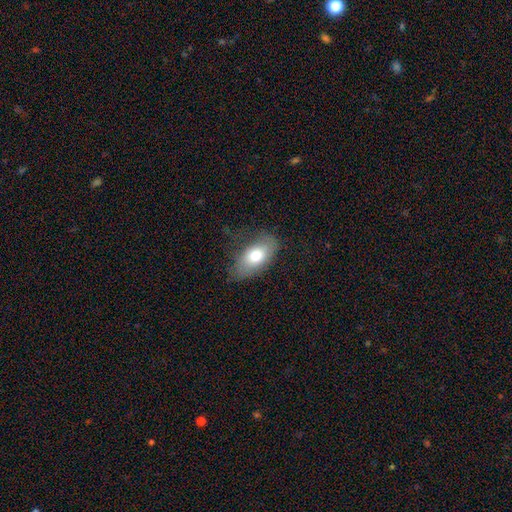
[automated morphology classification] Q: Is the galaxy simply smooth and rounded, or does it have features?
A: smooth — 72%.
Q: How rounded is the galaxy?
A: in between — 90%.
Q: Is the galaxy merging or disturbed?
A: none — 69%.